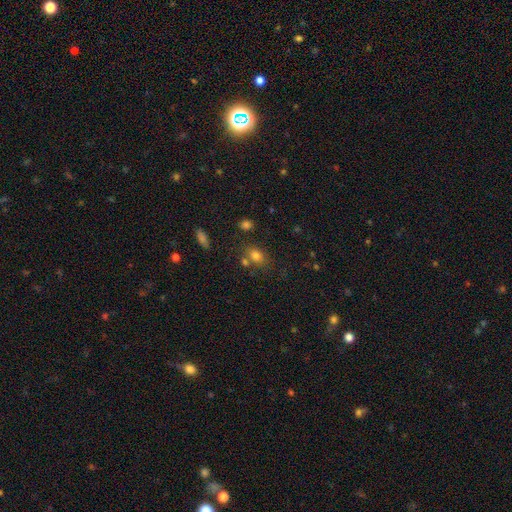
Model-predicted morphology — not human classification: A smooth galaxy with no disk features (77%) that is in between round and cigar-shaped (64%). Merging: none (61%).